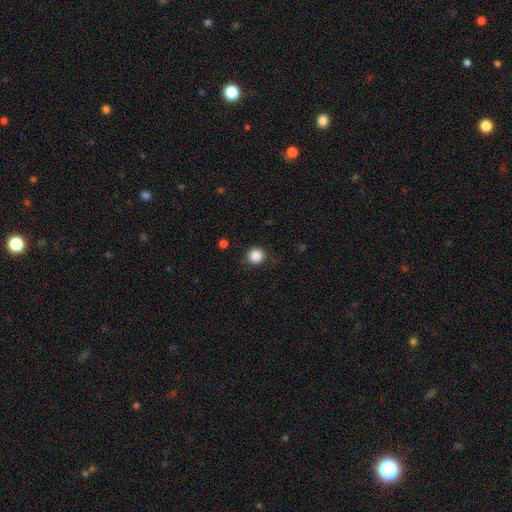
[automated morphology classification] Smooth or featured?
  - smooth: 87% *
  - star or artifact: 10%
  - featured or disk: 3%
How rounded?
  - round: 94% *
  - in between: 5%
  - cigar-shaped: 1%
Merging?
  - none: 85% *
  - minor disturbance: 11%
  - major disturbance: 3%
  - merger: 1%